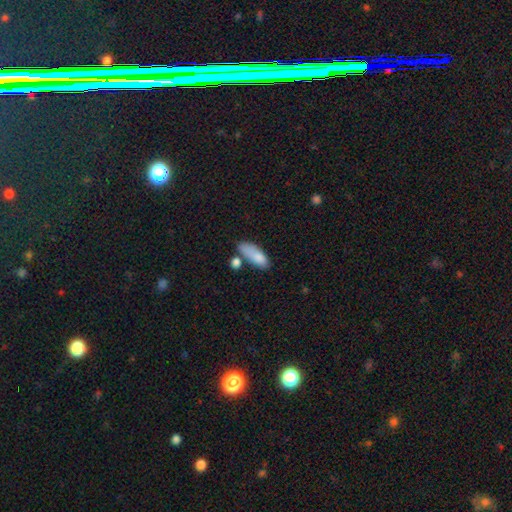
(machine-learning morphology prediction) type=smooth (82%); roundness=in between (70%); merging=none (48%).